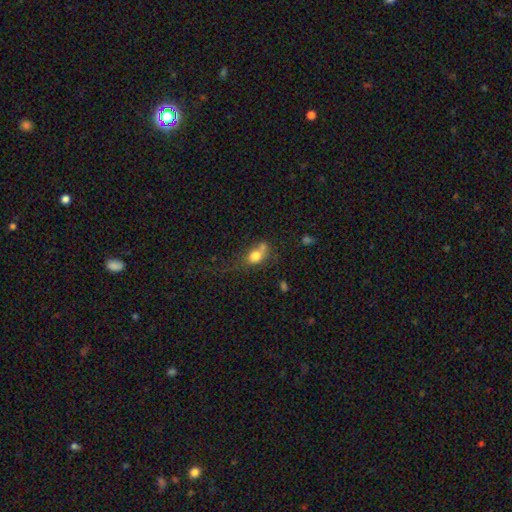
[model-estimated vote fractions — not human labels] The model was most divided on "merging": merger: 37%, none: 34%, minor disturbance: 18%, major disturbance: 12%. More confident: smooth or featured — smooth (75%); how rounded — in between (59%).